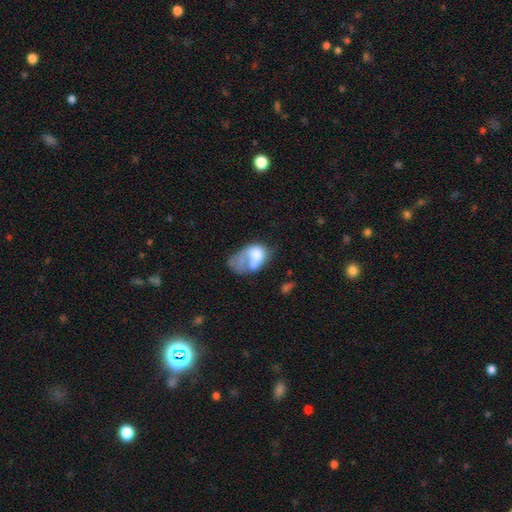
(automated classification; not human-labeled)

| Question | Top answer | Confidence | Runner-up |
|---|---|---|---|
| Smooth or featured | smooth | 52% | featured or disk (38%) |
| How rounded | in between | 82% | round (16%) |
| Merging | major disturbance | 45% | merger (25%) |